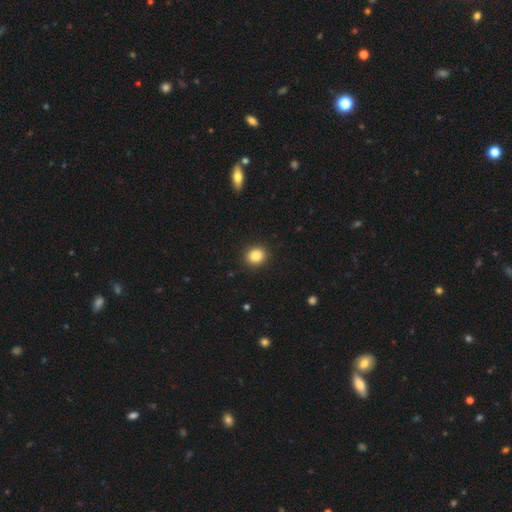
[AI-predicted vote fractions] The model was most divided on "how rounded": round: 75%, in between: 24%, cigar-shaped: 1%. More confident: merging — none (91%); smooth or featured — smooth (86%).